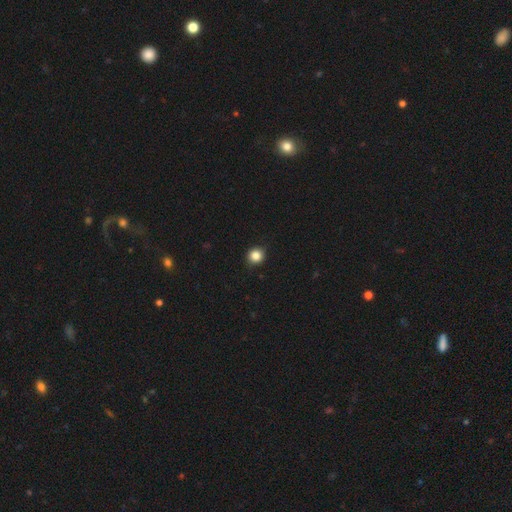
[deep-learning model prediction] smooth-or-featured: smooth: 85% | star or artifact: 11% | featured or disk: 4%
  how-rounded: round: 90% | in between: 9% | cigar-shaped: 1%
  merging: none: 91% | minor disturbance: 7% | major disturbance: 2% | merger: 1%